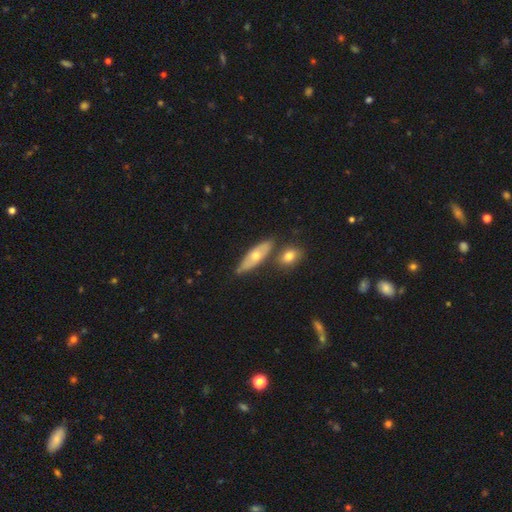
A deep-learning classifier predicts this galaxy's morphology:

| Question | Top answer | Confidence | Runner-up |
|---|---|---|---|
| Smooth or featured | smooth | 48% | featured or disk (45%) |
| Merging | none | 67% | merger (15%) |